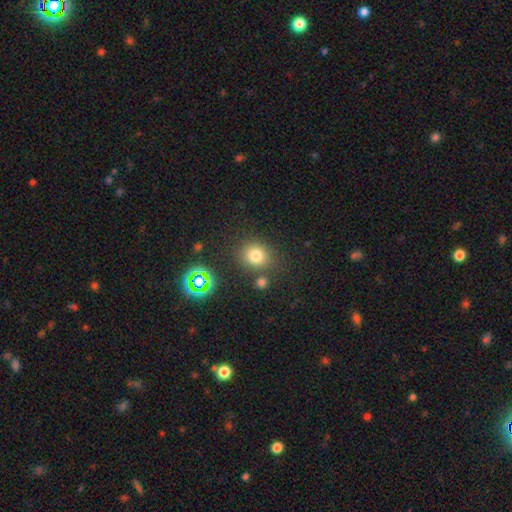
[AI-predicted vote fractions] Overall: smooth (75%). How rounded: round (76%). Merging: none (77%).